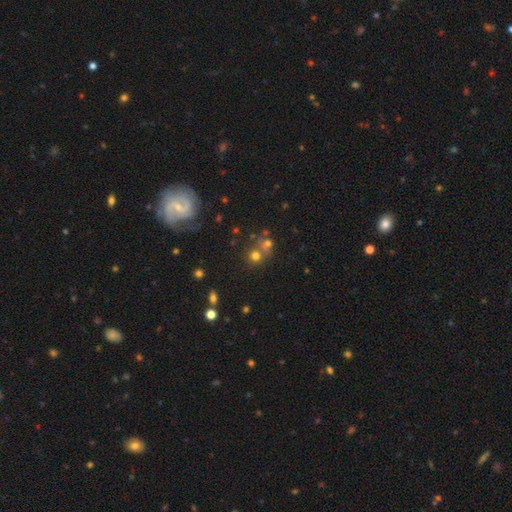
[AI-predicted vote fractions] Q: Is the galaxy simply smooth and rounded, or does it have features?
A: smooth — 63%.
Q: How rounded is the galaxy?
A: round — 87%.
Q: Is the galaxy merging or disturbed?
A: none — 56%.